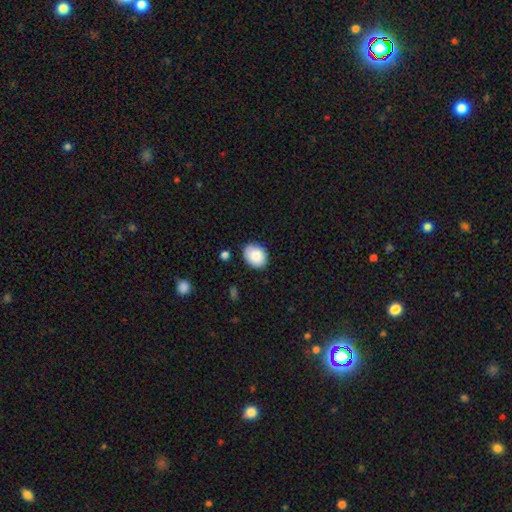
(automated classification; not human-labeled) Smooth or featured: smooth — 85% (featured or disk — 8%)
How rounded: in between — 59% (round — 40%)
Merging: none — 83% (minor disturbance — 13%)